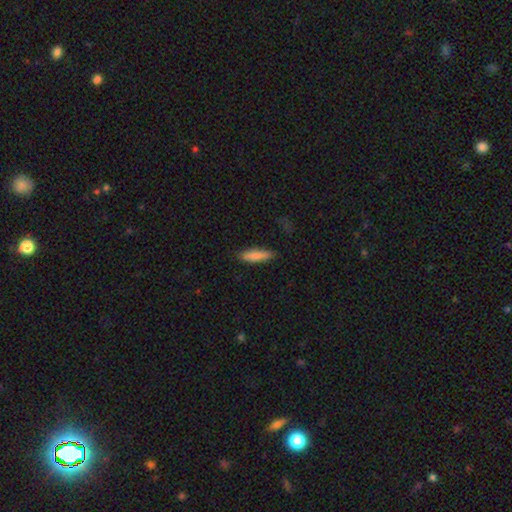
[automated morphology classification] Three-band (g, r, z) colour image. It shows a smooth galaxy with no disk features (81%) that is cigar-shaped (73%). Merging: none (84%).